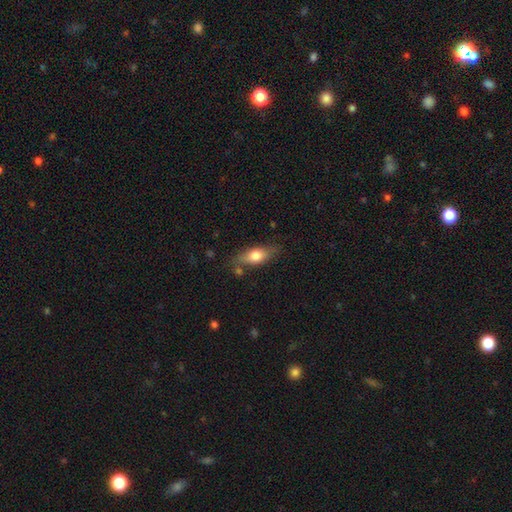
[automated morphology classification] A smooth galaxy with no disk features (66%) that is in between round and cigar-shaped (70%). Merging: none (72%).